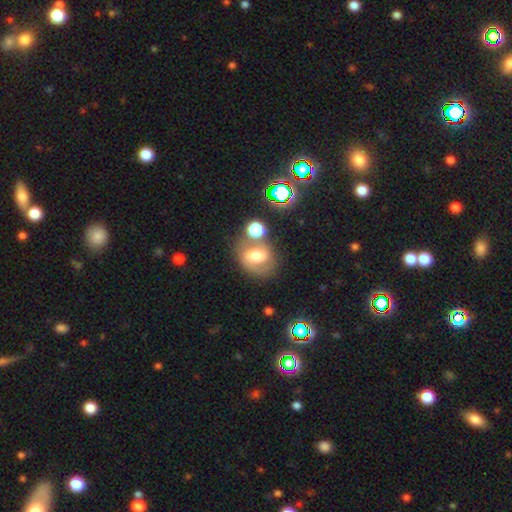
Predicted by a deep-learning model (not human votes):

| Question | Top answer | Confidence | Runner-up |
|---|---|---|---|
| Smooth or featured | featured or disk | 46% | smooth (41%) |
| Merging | none | 54% | merger (21%) |